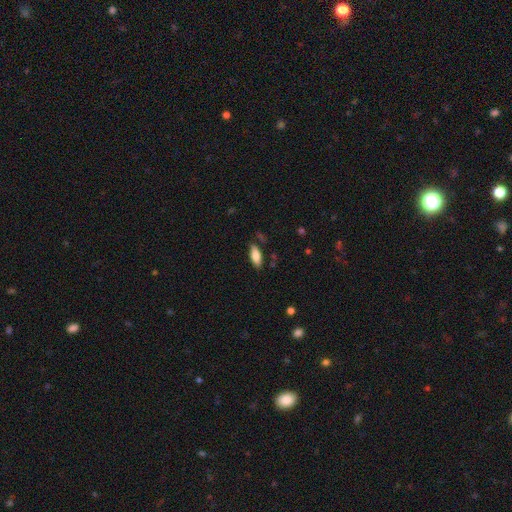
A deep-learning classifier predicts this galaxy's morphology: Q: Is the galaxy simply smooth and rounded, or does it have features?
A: smooth — 83%.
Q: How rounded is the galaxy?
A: in between — 76%.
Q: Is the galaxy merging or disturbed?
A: none — 79%.